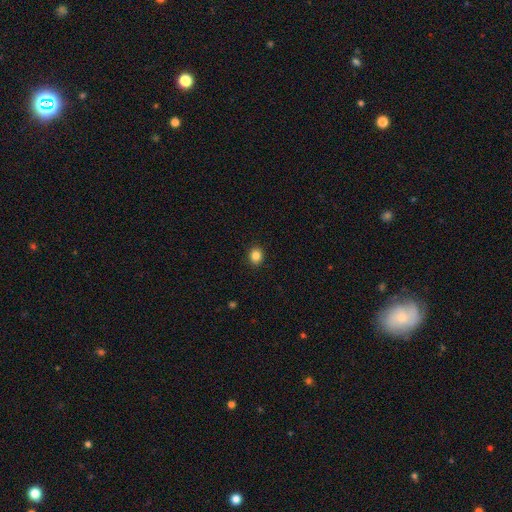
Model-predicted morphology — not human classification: Smooth or featured: smooth — 86% (star or artifact — 10%)
How rounded: round — 67% (in between — 32%)
Merging: none — 91% (minor disturbance — 6%)